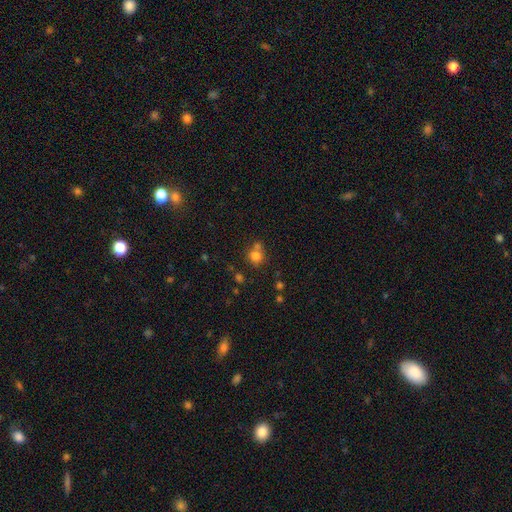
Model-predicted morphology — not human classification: Overall: smooth (77%). How rounded: round (82%). Merging: none (53%; merger 34%).